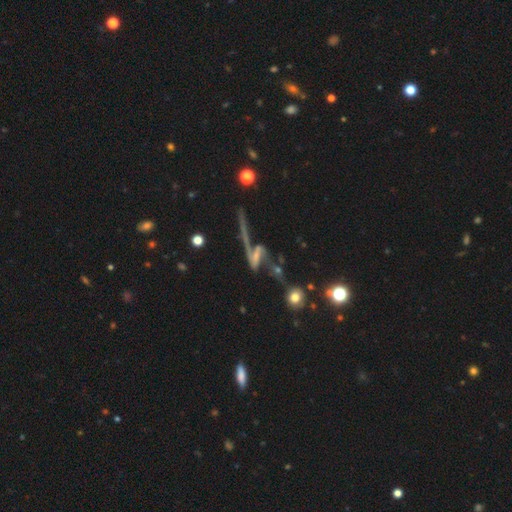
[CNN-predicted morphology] A featured or disk galaxy (71%) with no bar (39%), spiral arms (68%) and no central bulge (46%). Merging: major disturbance (35%).